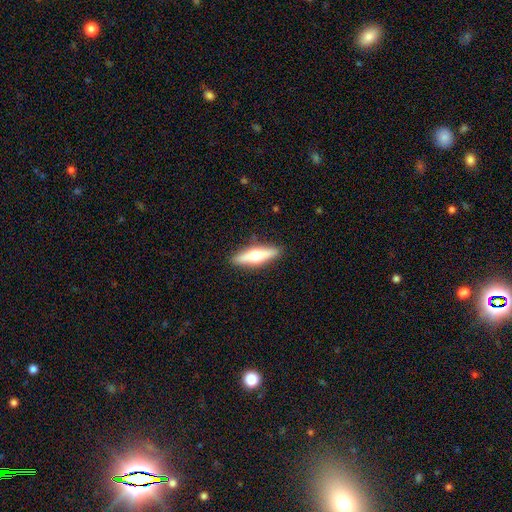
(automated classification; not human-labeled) Smooth or featured?
  - featured or disk: 53% *
  - smooth: 41%
  - star or artifact: 6%
Edge-on disk?
  - yes: 94% *
  - no: 6%
Edge-on bulge?
  - rounded: 94% *
  - boxy: 3%
  - none: 3%
Merging?
  - none: 89% *
  - minor disturbance: 8%
  - major disturbance: 2%
  - merger: 1%